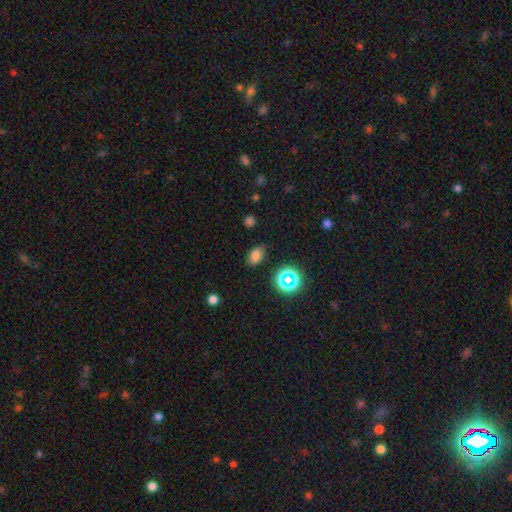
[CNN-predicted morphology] smooth-or-featured: smooth: 76% | star or artifact: 18% | featured or disk: 7%
  how-rounded: in between: 81% | round: 17% | cigar-shaped: 2%
  merging: none: 81% | minor disturbance: 14% | major disturbance: 3% | merger: 2%